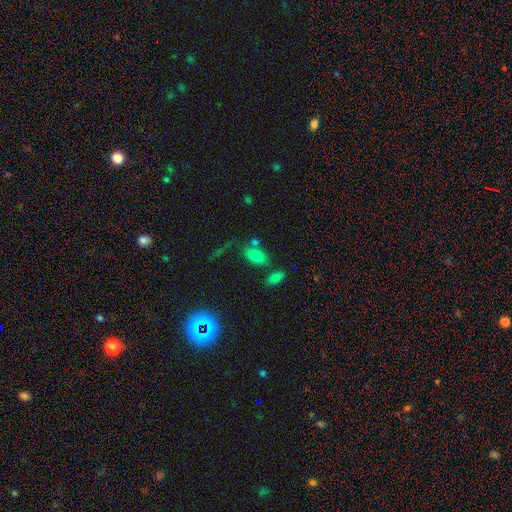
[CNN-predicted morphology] Smooth or featured? smooth (78%)
How rounded? in between (89%)
Merging? none (59%)